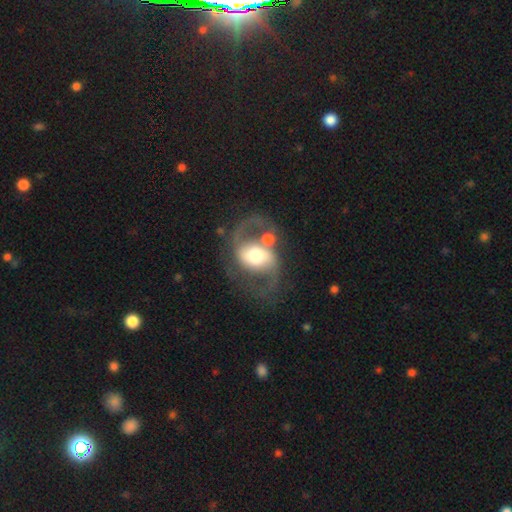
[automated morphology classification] Overall: featured or disk (81%). Edge-on disk: no (97%). Bar: no (42%; weak 33%). Spiral arms: yes (90%). Spiral arm count: 2 (89%). Spiral winding: medium (50%; loose 40%). Bulge size: moderate (51%; large 33%). Merging: none (54%; major disturbance 16%).